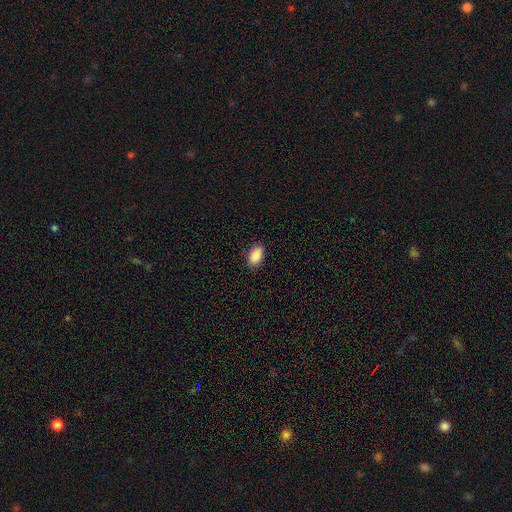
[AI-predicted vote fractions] This appears to be a smooth galaxy with no disk features (90%) that is in between round and cigar-shaped (93%). Merging: none (87%).